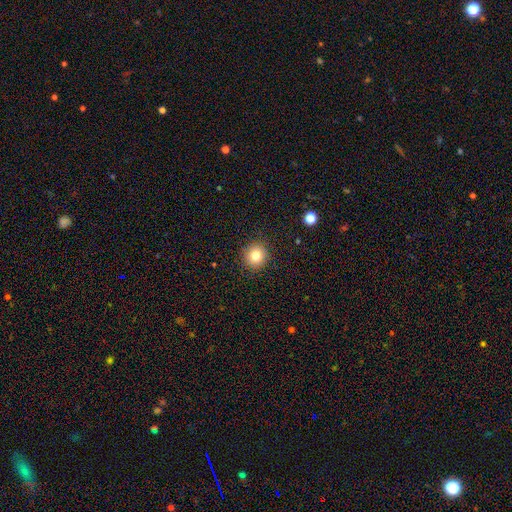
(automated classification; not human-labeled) Q: Smooth or featured?
A: smooth (81%); runner-up: star or artifact (11%)
Q: How rounded?
A: round (89%); runner-up: in between (10%)
Q: Merging?
A: none (90%); runner-up: minor disturbance (6%)